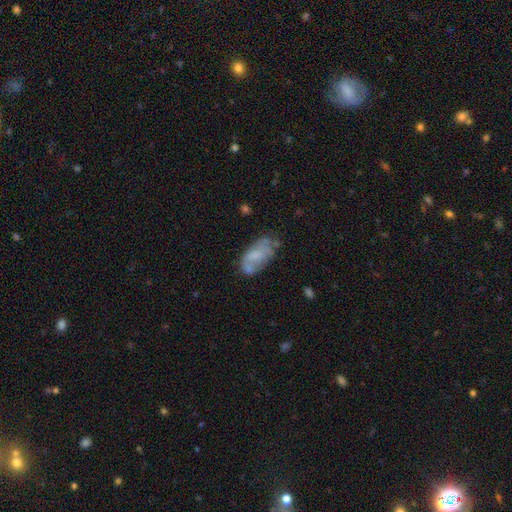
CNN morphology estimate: The model was most divided on "merging": none: 48%, minor disturbance: 28%, major disturbance: 13%, merger: 11%. More confident: how rounded — in between (90%); smooth or featured — smooth (56%).